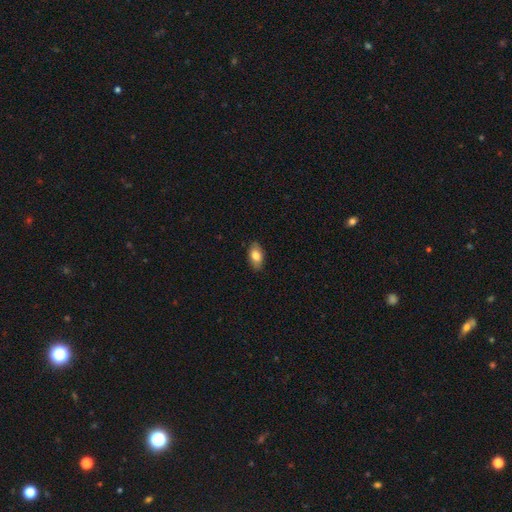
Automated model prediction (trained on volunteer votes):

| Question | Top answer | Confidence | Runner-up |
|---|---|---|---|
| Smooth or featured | smooth | 80% | featured or disk (13%) |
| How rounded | in between | 92% | round (5%) |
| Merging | none | 86% | minor disturbance (11%) |